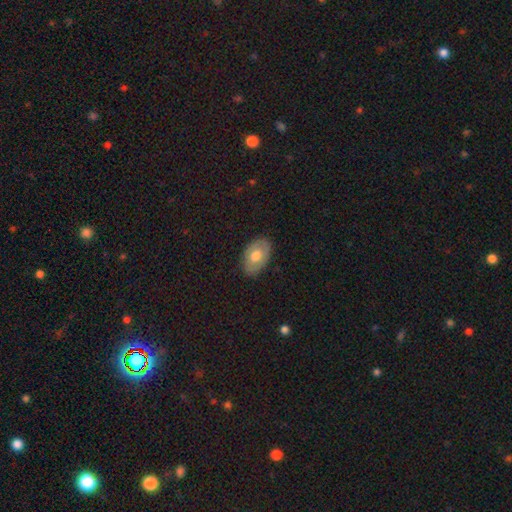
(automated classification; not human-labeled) The model was most divided on "smooth or featured": smooth: 57%, featured or disk: 37%, star or artifact: 6%. More confident: how rounded — in between (90%); merging — none (82%).